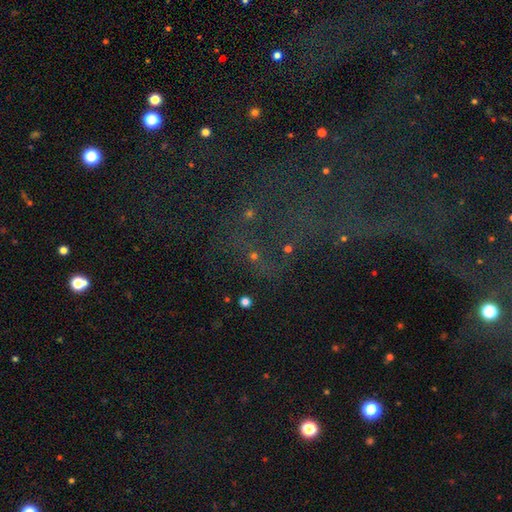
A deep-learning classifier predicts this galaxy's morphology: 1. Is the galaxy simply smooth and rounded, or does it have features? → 67% star or artifact, 18% smooth, 16% featured or disk.